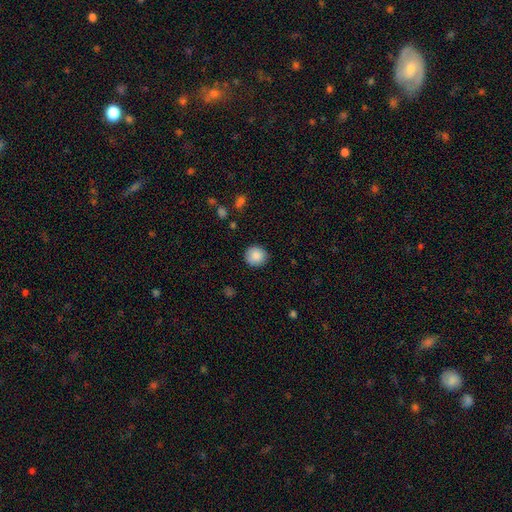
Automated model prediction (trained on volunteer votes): Smooth or featured? Predicted: smooth (p=0.88). How rounded? Predicted: round (p=0.91). Merging? Predicted: none (p=0.90).